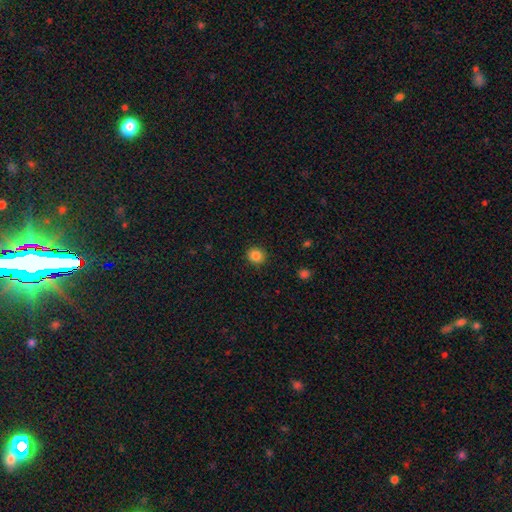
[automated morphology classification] Smooth or featured: smooth — 85% (star or artifact — 11%)
How rounded: round — 84% (in between — 15%)
Merging: none — 91% (minor disturbance — 6%)